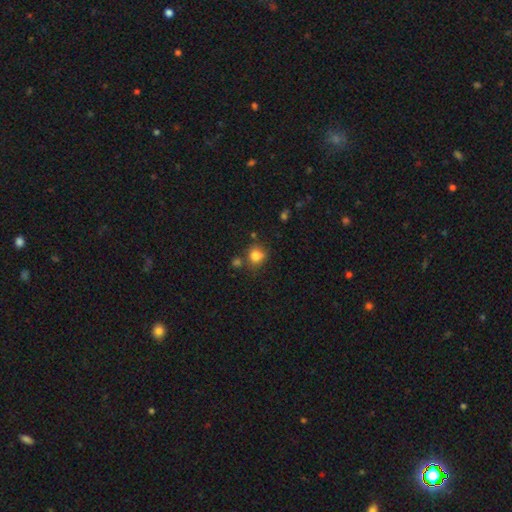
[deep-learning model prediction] A smooth galaxy with no disk features (81%) that is round (81%).

Vote fractions:
- Smooth or featured? smooth: 81% / star or artifact: 12% / featured or disk: 7%
- How rounded? round: 81% / in between: 18% / cigar-shaped: 1%
- Merging? none: 68% / minor disturbance: 16% / merger: 11% / major disturbance: 5%